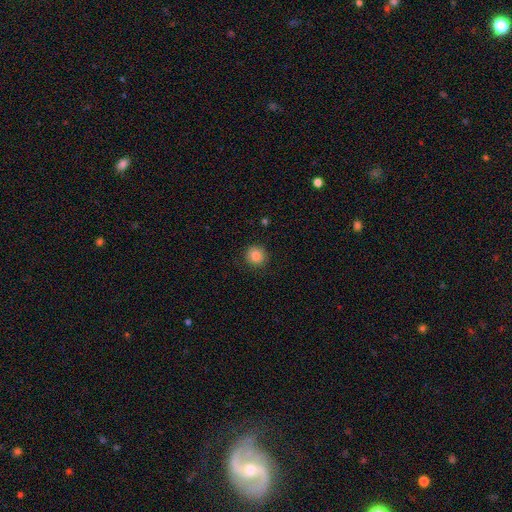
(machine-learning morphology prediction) The model was most divided on "smooth or featured": smooth: 87%, star or artifact: 10%, featured or disk: 3%. More confident: how rounded — round (93%); merging — none (89%).